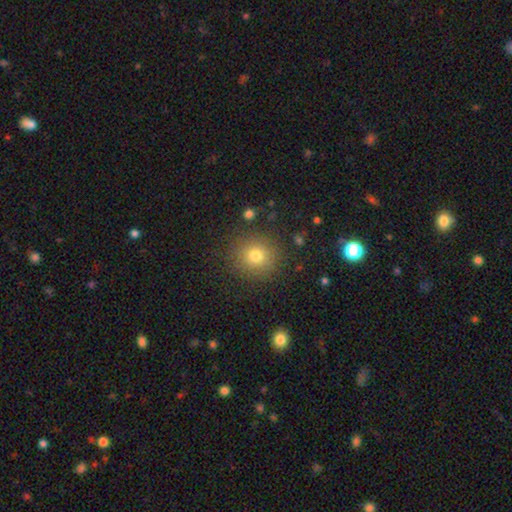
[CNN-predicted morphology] Smooth or featured? Predicted: smooth (p=0.76). How rounded? Predicted: round (p=0.90). Merging? Predicted: none (p=0.87).